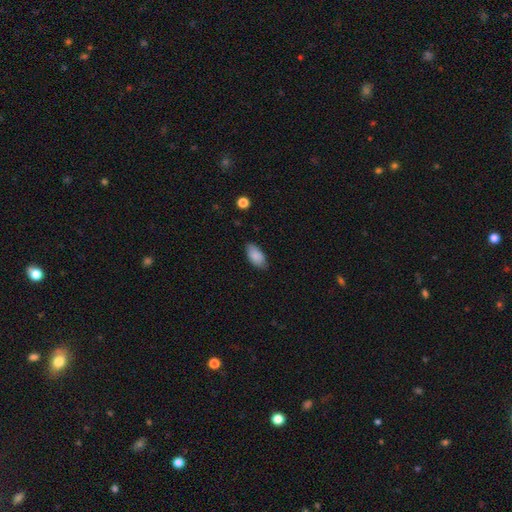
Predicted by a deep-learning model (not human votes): A smooth galaxy with no disk features (86%) that is in between round and cigar-shaped (93%). Merging: none (81%).